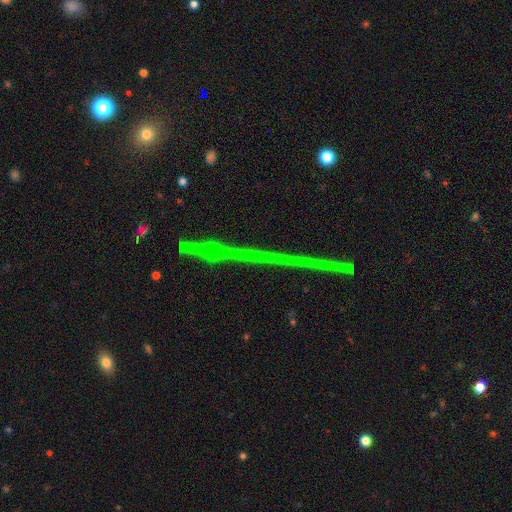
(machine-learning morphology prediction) Q: Smooth or featured?
A: star or artifact (69%); runner-up: featured or disk (24%)